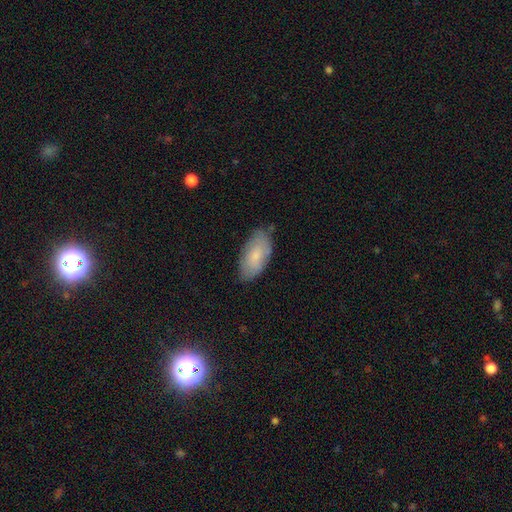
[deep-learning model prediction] A smooth galaxy with no disk features (76%) that is in between round and cigar-shaped (93%). Merging: none (75%).